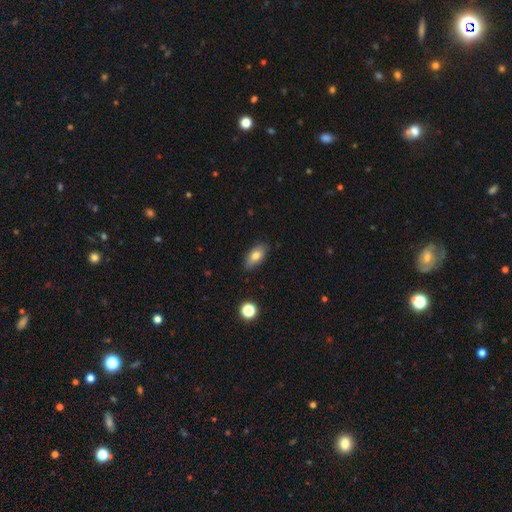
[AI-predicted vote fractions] Smooth or featured?
  - smooth: 78% *
  - featured or disk: 14%
  - star or artifact: 8%
How rounded?
  - in between: 89% *
  - cigar-shaped: 6%
  - round: 5%
Merging?
  - none: 83% *
  - minor disturbance: 14%
  - major disturbance: 2%
  - merger: 1%